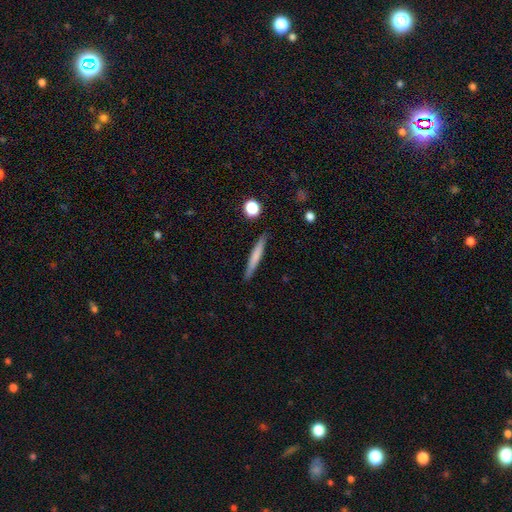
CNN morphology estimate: smooth 65%, featured or disk 29%, star or artifact 6%. Down the decision tree: how rounded — cigar-shaped (95%); merging — none (89%).